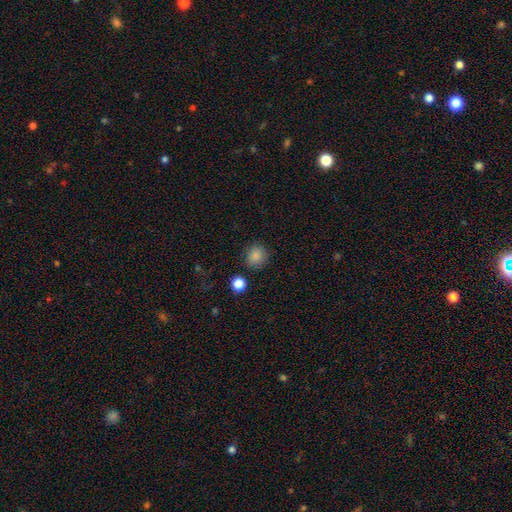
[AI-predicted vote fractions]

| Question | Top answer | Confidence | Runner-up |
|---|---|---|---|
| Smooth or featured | smooth | 85% | star or artifact (11%) |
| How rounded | round | 85% | in between (14%) |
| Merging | none | 85% | minor disturbance (9%) |